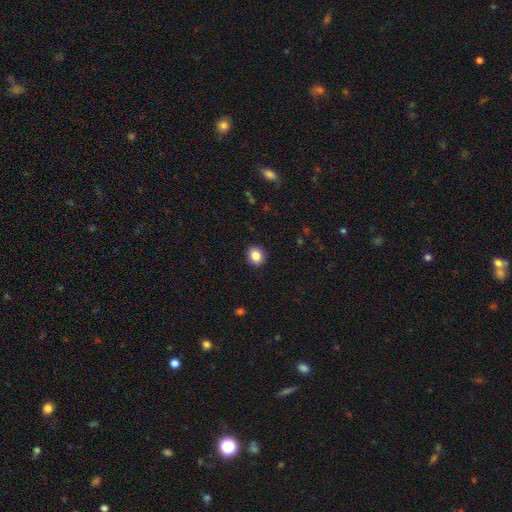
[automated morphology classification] A smooth galaxy with no disk features (86%) that is round (76%).

Vote fractions:
- Smooth or featured? smooth: 86% / star or artifact: 9% / featured or disk: 5%
- How rounded? round: 76% / in between: 23% / cigar-shaped: 1%
- Merging? none: 92% / minor disturbance: 5% / major disturbance: 2% / merger: 1%